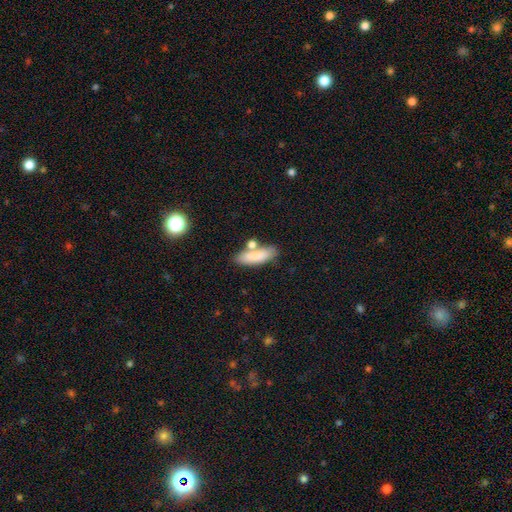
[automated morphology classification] Overall: smooth (82%). How rounded: in between (57%; cigar-shaped 40%). Merging: none (63%).